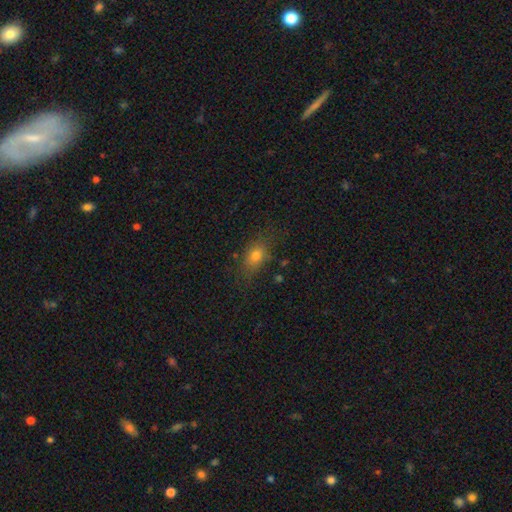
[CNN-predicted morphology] A smooth galaxy with no disk features (74%) that is in between round and cigar-shaped (72%). Merging: none (75%).